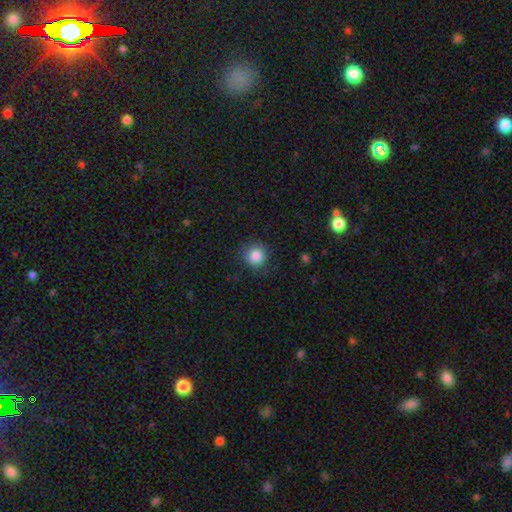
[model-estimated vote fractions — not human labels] This appears to be a smooth galaxy with no disk features (86%) that is round (92%). Merging: none (83%).